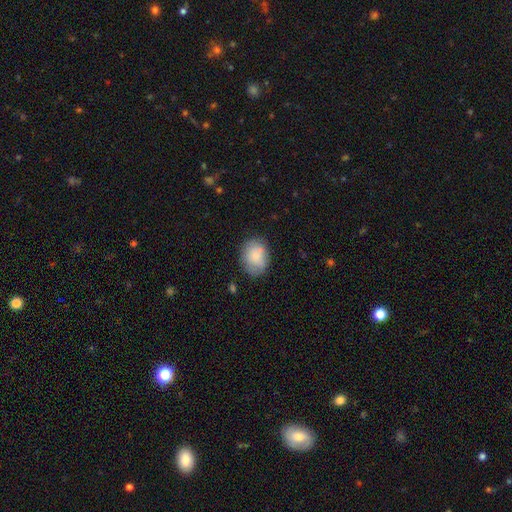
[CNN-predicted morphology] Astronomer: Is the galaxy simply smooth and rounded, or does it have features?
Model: smooth — 78%.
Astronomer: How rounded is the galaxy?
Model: in between — 53% (runner-up: round, 47%).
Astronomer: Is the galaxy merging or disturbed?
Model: none — 69%.